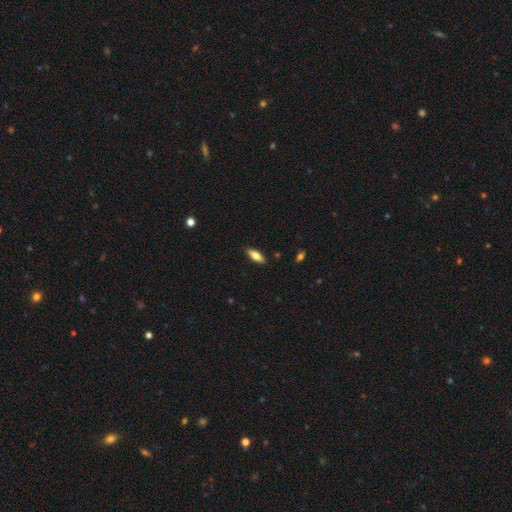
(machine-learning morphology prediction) type=smooth (74%); roundness=in between (67%); merging=none (87%).